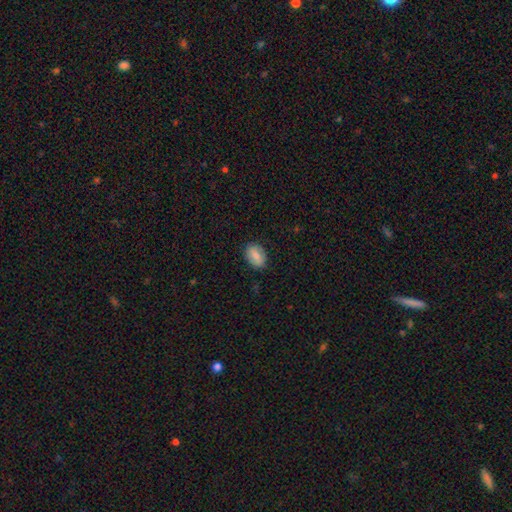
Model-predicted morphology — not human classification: This appears to be a smooth galaxy with no disk features (73%) that is in between round and cigar-shaped (80%). Merging: none (85%).